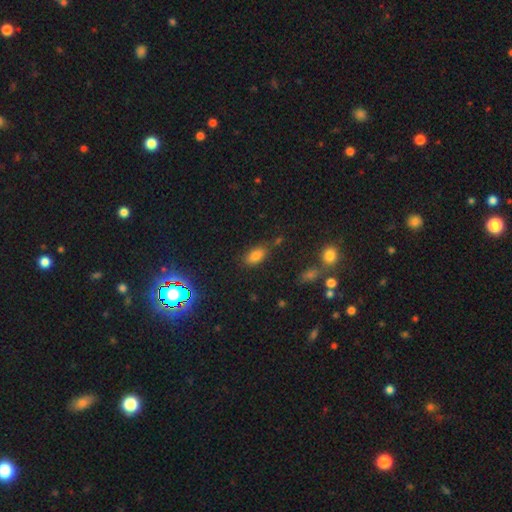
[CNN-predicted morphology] This is likely a smooth galaxy (78%). How rounded: clearly in between (89%). Merging: likely none (75%).